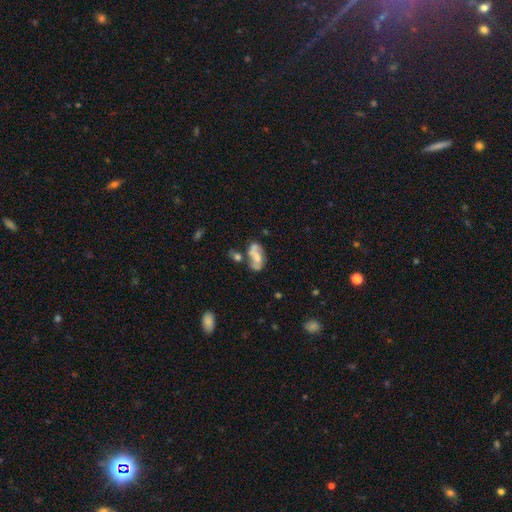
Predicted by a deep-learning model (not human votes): This is possibly a featured or disk galaxy (56%). It is clearly not viewed edge-on (94%). Bar: possibly no (52%). Spiral arm pattern: likely yes (67%). Central bulge: marginally moderate (32%). Merging: marginally none (41%).